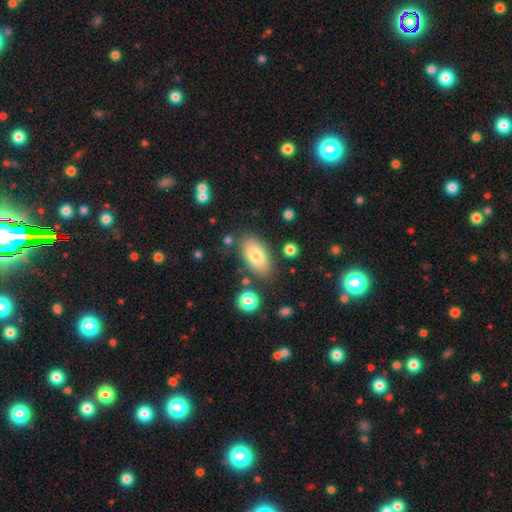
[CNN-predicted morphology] Smooth or featured?
  - smooth: 79% *
  - featured or disk: 14%
  - star or artifact: 7%
How rounded?
  - in between: 92% *
  - cigar-shaped: 4%
  - round: 4%
Merging?
  - none: 80% *
  - minor disturbance: 12%
  - merger: 5%
  - major disturbance: 4%